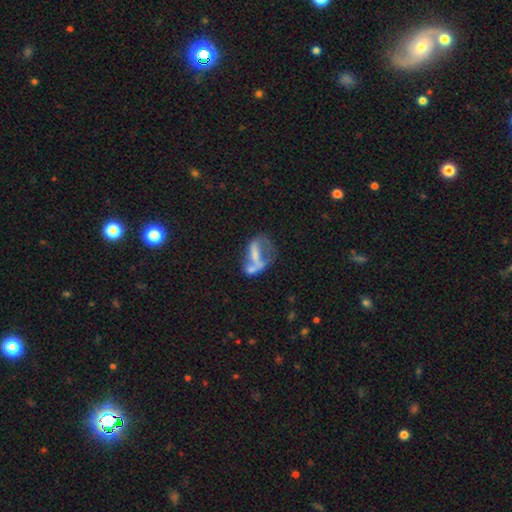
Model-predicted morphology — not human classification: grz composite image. It shows a featured or disk galaxy (52%). Merging: major disturbance (37%).